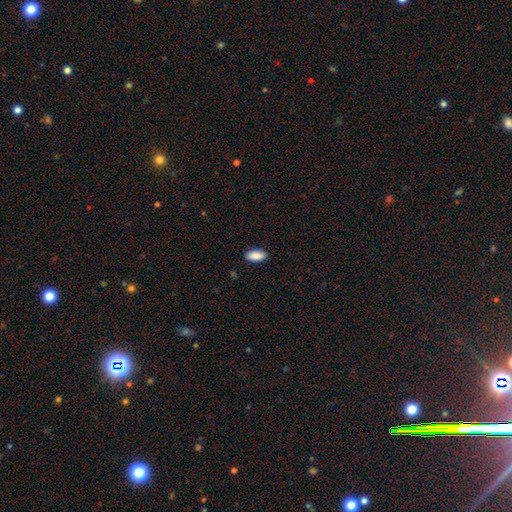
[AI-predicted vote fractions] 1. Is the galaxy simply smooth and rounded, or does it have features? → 90% smooth, 6% star or artifact, 4% featured or disk.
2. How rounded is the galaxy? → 91% in between, 7% cigar-shaped, 2% round.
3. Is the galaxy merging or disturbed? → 89% none, 9% minor disturbance, 2% major disturbance, 1% merger.